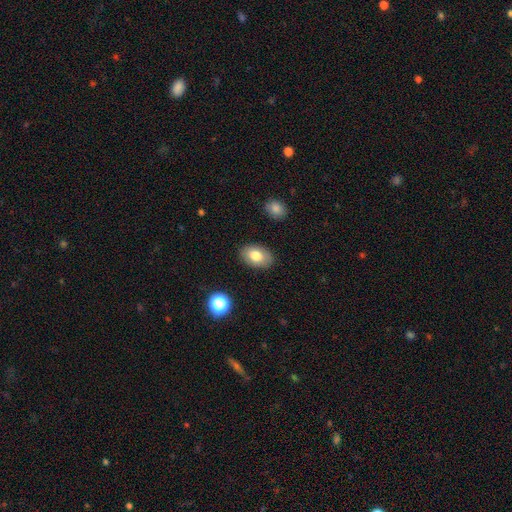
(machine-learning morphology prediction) smooth 78%, featured or disk 15%, star or artifact 8%. Down the decision tree: how rounded — in between (88%); merging — none (87%).